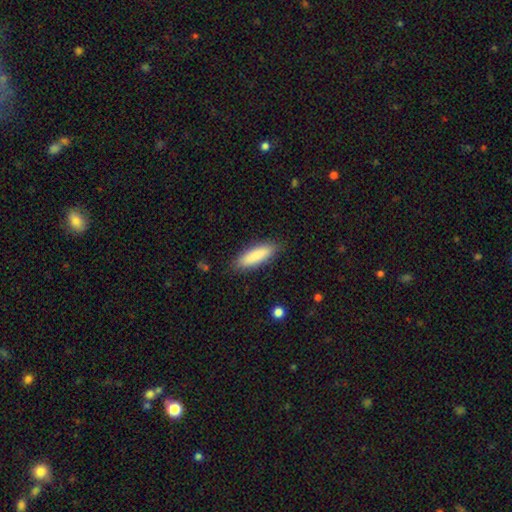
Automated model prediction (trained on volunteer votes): This is clearly a smooth galaxy (87%). How rounded: possibly in between (49%, tied with cigar-shaped). Merging: clearly none (86%).